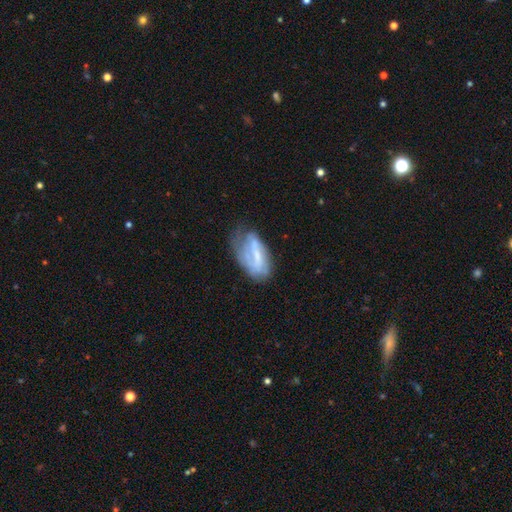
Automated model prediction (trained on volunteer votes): This appears to be a featured or disk galaxy (57%) with a weak bar (39%), spiral arms (60%) and a small central bulge (37%). Merging: none (39%).